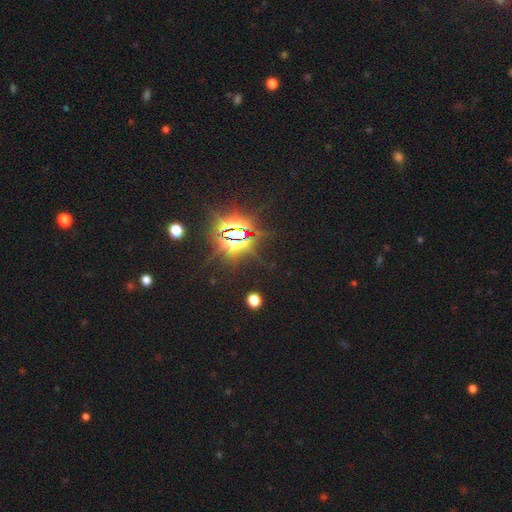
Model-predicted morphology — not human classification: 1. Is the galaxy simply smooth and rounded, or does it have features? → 85% star or artifact, 8% featured or disk, 7% smooth.